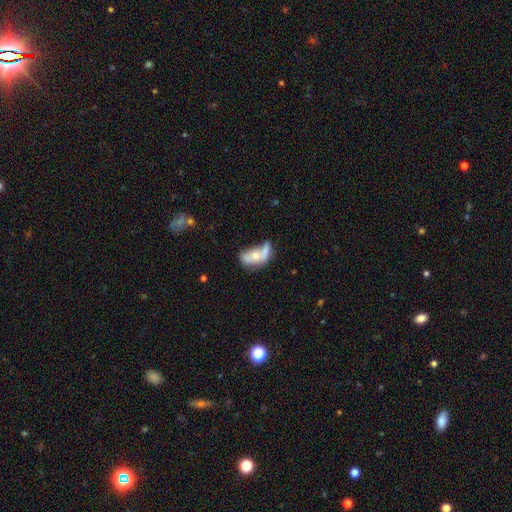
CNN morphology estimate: This is possibly a smooth galaxy (52%). How rounded: clearly in between (81%). Merging: marginally merger (42%).